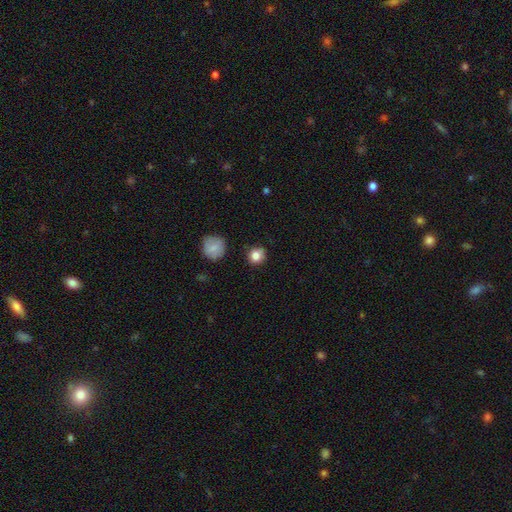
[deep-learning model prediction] This appears to be a smooth galaxy with no disk features (82%) that is round (85%). Merging: none (78%).